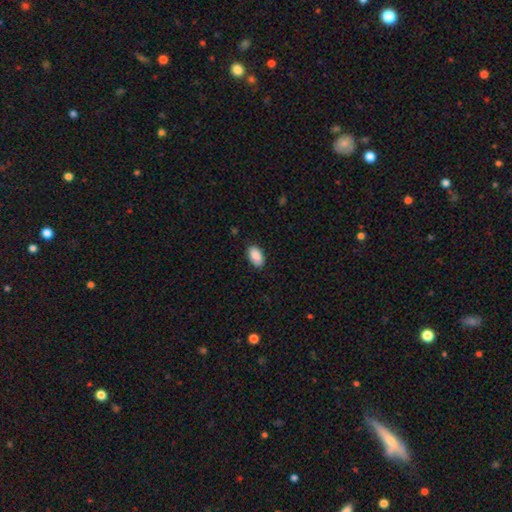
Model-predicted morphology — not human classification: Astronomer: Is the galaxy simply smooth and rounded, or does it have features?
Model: smooth — 90%.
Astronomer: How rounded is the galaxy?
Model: in between — 95%.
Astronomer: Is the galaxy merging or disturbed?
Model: none — 88%.